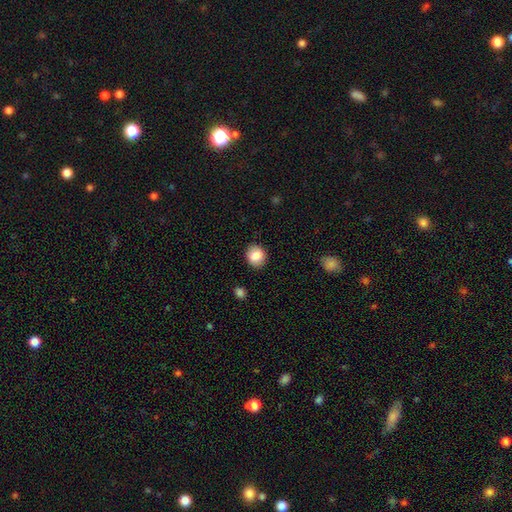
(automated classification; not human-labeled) smooth_or_featured: smooth (p=0.86) [alt: star or artifact p=0.08]
how_rounded: round (p=0.72) [alt: in between p=0.27]
merging: none (p=0.88) [alt: minor disturbance p=0.09]